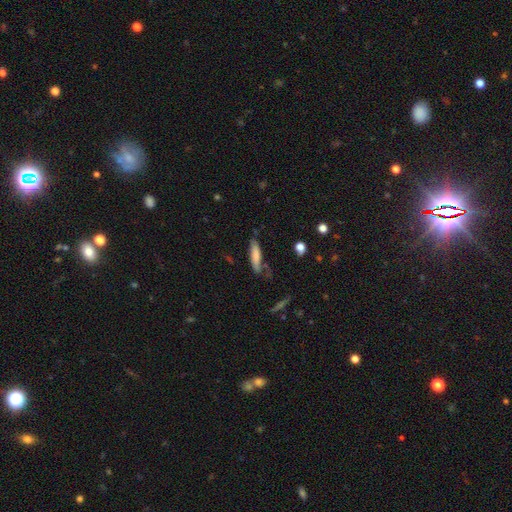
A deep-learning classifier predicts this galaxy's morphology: The model was most divided on "merging": none: 67%, minor disturbance: 23%, major disturbance: 6%, merger: 4%. More confident: how rounded — cigar-shaped (77%); smooth or featured — smooth (76%).